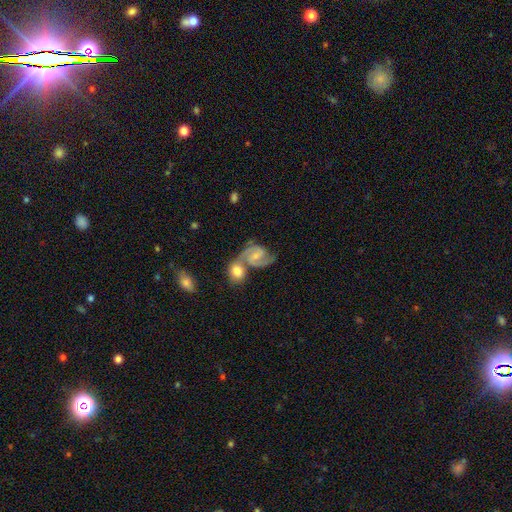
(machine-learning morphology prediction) A featured or disk galaxy (86%) with a weak bar (49%), 2 (91%) medium (59%) spiral arms (97%) and a small central bulge (57%). Merging: merger (46%).